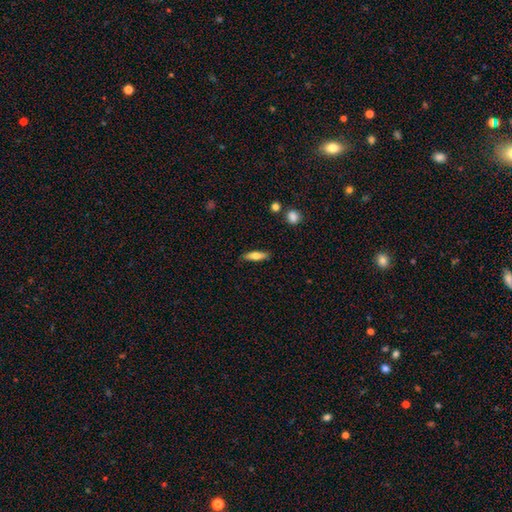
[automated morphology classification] Smooth or featured? Predicted: smooth (p=0.68). How rounded? Predicted: cigar-shaped (p=0.57). Merging? Predicted: none (p=0.85).